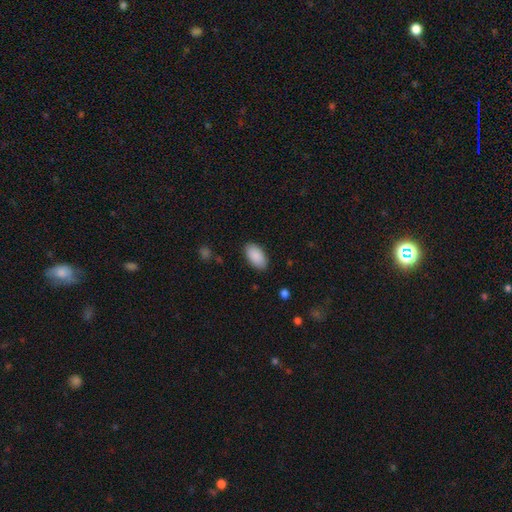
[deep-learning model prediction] Morphology: type=smooth (90%); roundness=in between (95%); merging=none (88%).